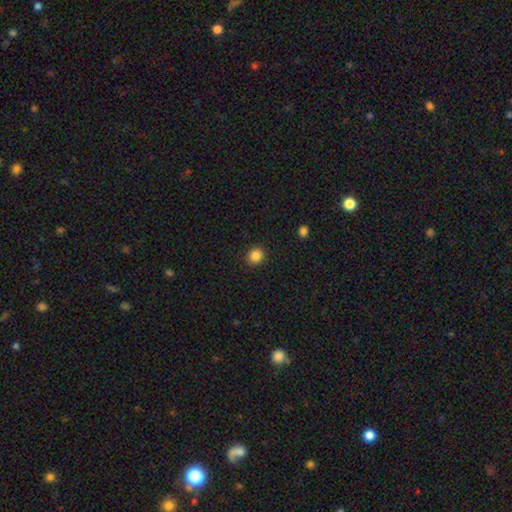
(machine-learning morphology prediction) smooth_or_featured: smooth (p=0.86) [alt: star or artifact p=0.11]
how_rounded: round (p=0.87) [alt: in between p=0.12]
merging: none (p=0.92) [alt: minor disturbance p=0.05]